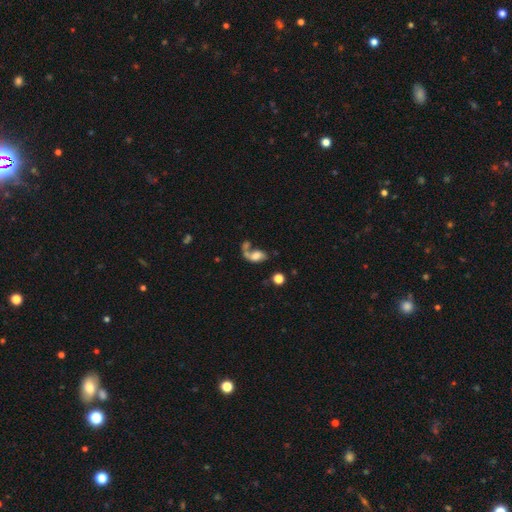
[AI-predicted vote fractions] Q: Smooth or featured?
A: smooth (52%); runner-up: featured or disk (35%)
Q: How rounded?
A: in between (84%); runner-up: round (13%)
Q: Merging?
A: merger (43%); runner-up: none (24%)